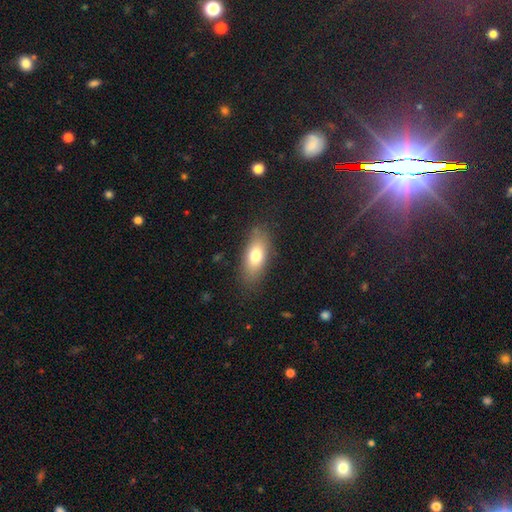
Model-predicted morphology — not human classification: A smooth galaxy with no disk features (74%) that is in between round and cigar-shaped (79%).

Vote fractions:
- Smooth or featured? smooth: 74% / featured or disk: 18% / star or artifact: 8%
- How rounded? in between: 79% / cigar-shaped: 16% / round: 4%
- Merging? none: 83% / minor disturbance: 12% / major disturbance: 4% / merger: 1%